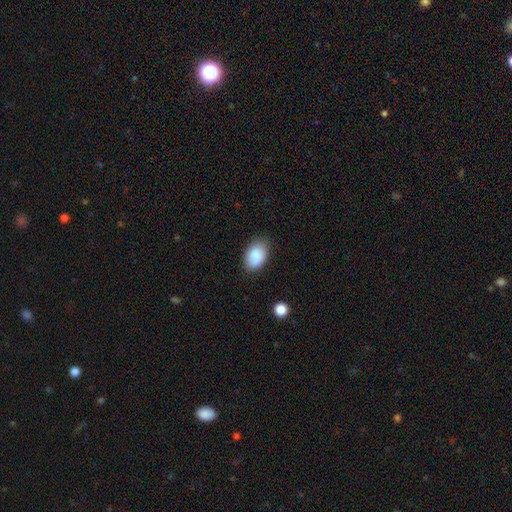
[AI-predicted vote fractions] Smooth or featured: smooth — 85% (featured or disk — 8%)
How rounded: in between — 89% (round — 9%)
Merging: none — 78% (minor disturbance — 17%)